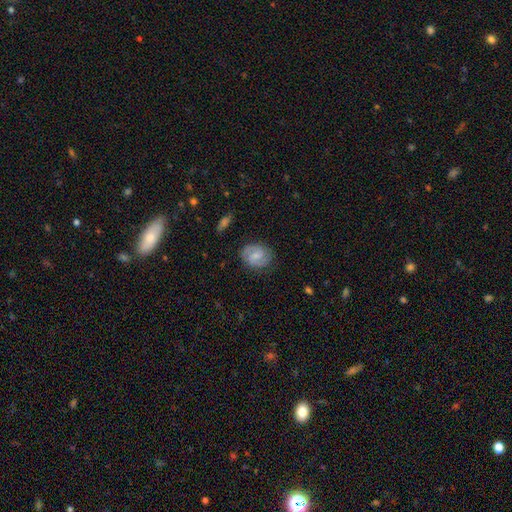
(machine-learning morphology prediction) Smooth or featured: featured or disk — 61% (smooth — 32%)
Edge-on disk: no — 97% (yes — 3%)
Bar: weak — 55% (no — 32%)
Spiral arms: yes — 91% (no — 9%)
Spiral winding: medium — 46% (tight — 38%)
Spiral arm count: 2 — 85% (can't tell — 8%)
Bulge size: small — 43% (moderate — 33%)
Merging: none — 81% (minor disturbance — 14%)